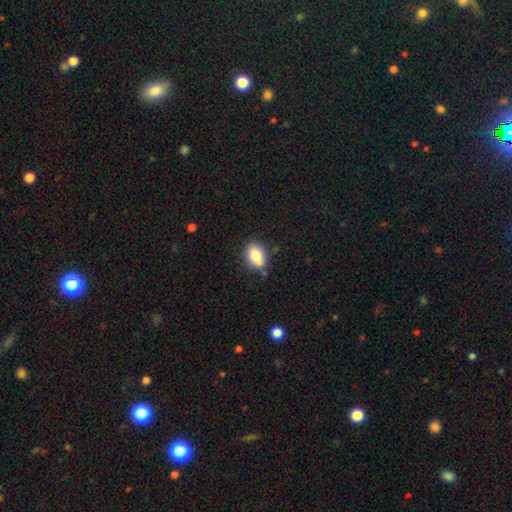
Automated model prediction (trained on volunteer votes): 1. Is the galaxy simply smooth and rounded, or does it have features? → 84% smooth, 8% featured or disk, 8% star or artifact.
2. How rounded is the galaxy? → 84% in between, 14% round, 2% cigar-shaped.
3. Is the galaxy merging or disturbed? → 76% none, 17% minor disturbance, 4% merger, 3% major disturbance.